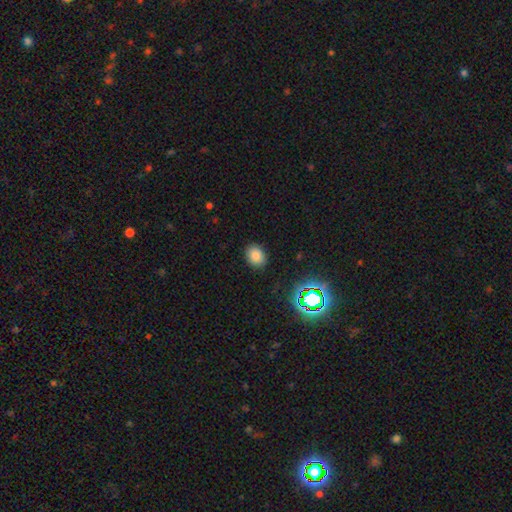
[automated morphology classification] Smooth or featured? Predicted: smooth (p=0.80). How rounded? Predicted: in between (p=0.55). Merging? Predicted: none (p=0.87).